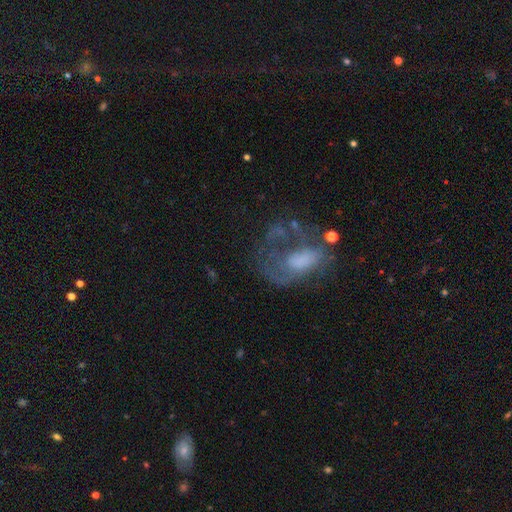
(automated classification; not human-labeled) The model was most divided on "merging": major disturbance: 38%, none: 36%, minor disturbance: 17%, merger: 9%. Remaining: edge-on disk — no (95%); bar — no (73%); smooth or featured — featured or disk (57%); spiral arms — no (55%); bulge size — moderate (37%).